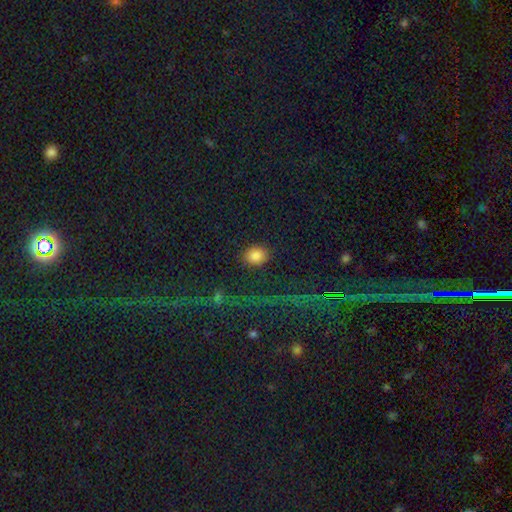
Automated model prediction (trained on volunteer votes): Overall: smooth (84%). How rounded: round (61%; in between 37%). Merging: none (85%).